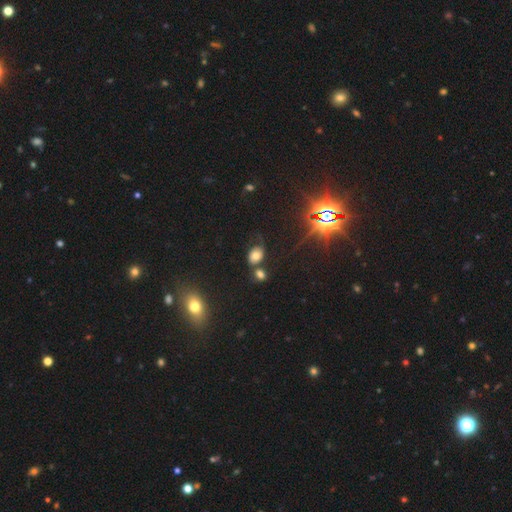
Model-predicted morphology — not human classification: smooth_or_featured: smooth (p=0.61) [alt: star or artifact p=0.21]
how_rounded: in between (p=0.71) [alt: round p=0.28]
merging: none (p=0.49) [alt: merger p=0.25]